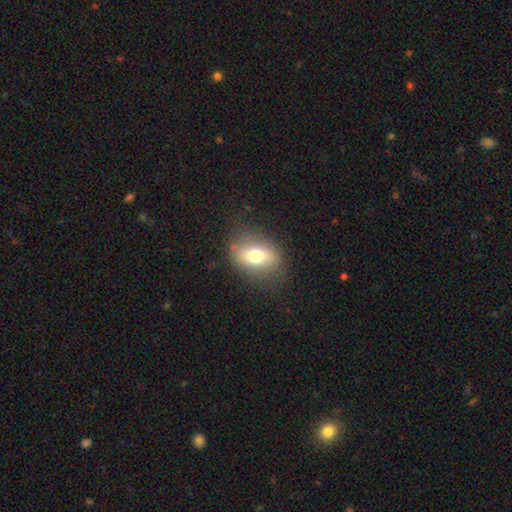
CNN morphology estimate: This appears to be a smooth galaxy with no disk features (69%) that is in between round and cigar-shaped (68%). Merging: none (77%).